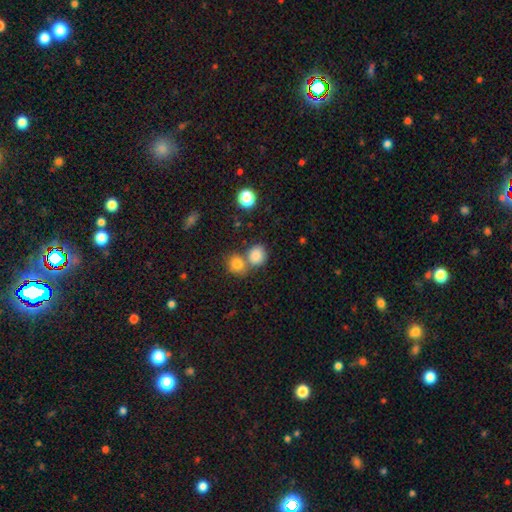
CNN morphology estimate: This is clearly a smooth galaxy (83%). How rounded: likely round (74%). Merging: possibly none (52%).